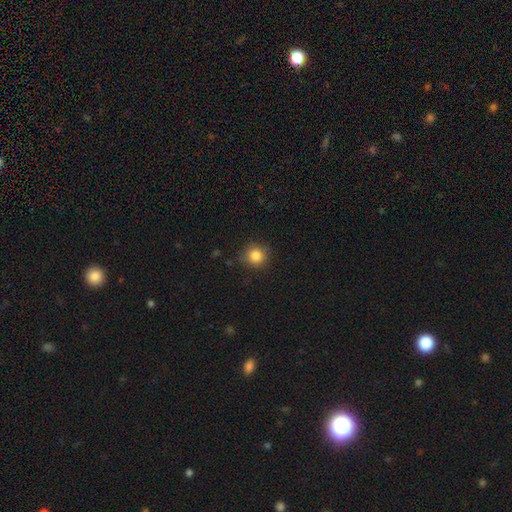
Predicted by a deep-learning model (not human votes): This appears to be a smooth galaxy with no disk features (85%) that is round (91%). Merging: none (83%).